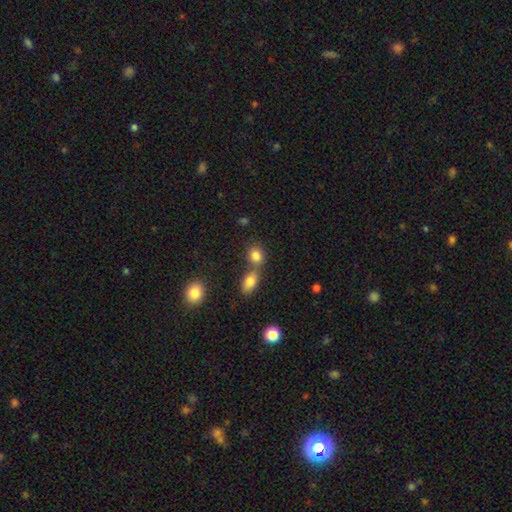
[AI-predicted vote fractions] Smooth or featured? smooth (82%)
How rounded? round (59%)
Merging? none (48%)